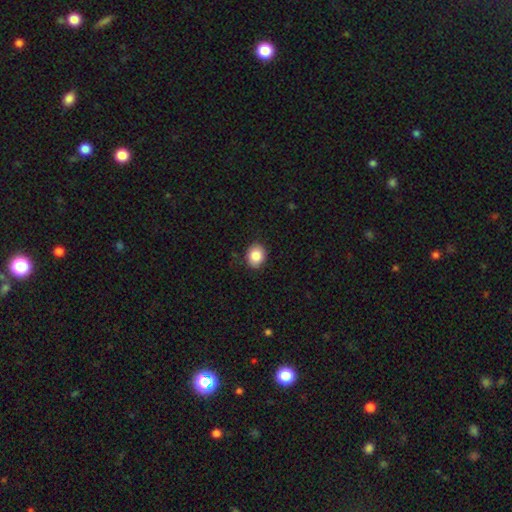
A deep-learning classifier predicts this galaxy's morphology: type=smooth (86%); roundness=round (60%); merging=none (87%).